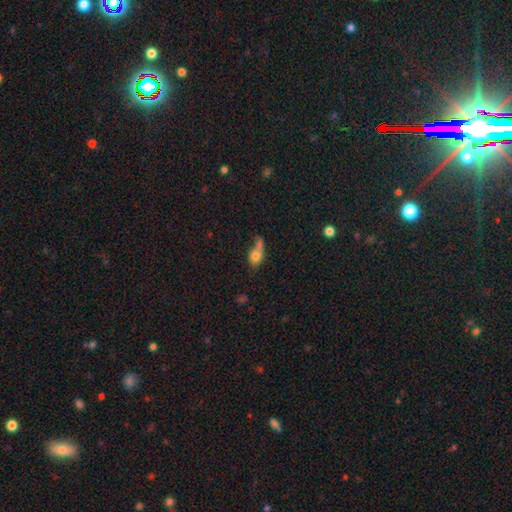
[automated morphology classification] Smooth or featured?
  - smooth: 71% *
  - featured or disk: 19%
  - star or artifact: 10%
How rounded?
  - in between: 65% *
  - round: 27%
  - cigar-shaped: 8%
Merging?
  - merger: 32% *
  - none: 27%
  - major disturbance: 23%
  - minor disturbance: 18%